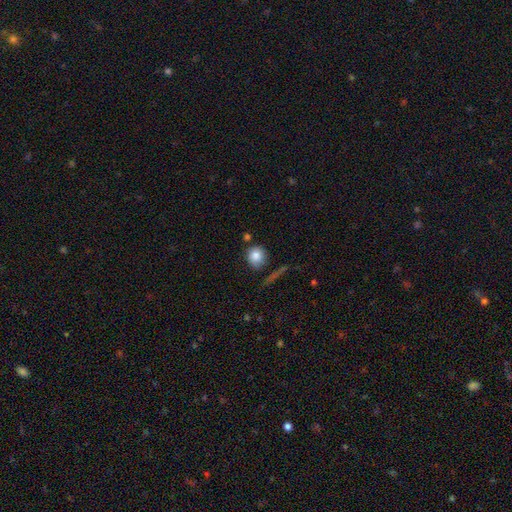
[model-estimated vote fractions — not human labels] Morphology: type=smooth (83%); roundness=round (86%); merging=none (71%).